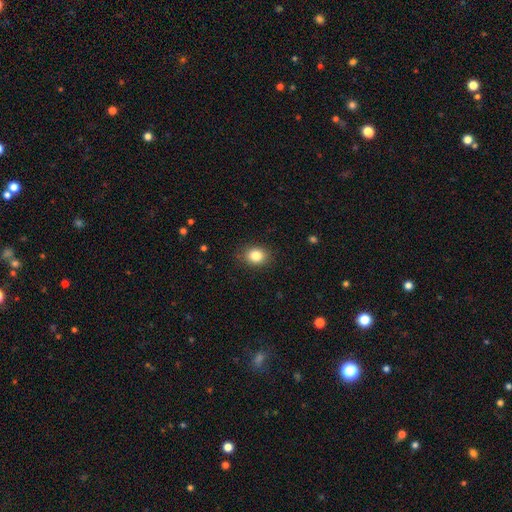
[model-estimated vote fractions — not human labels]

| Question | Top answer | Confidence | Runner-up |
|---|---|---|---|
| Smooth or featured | smooth | 84% | star or artifact (10%) |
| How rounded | round | 52% | in between (47%) |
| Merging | none | 86% | minor disturbance (10%) |